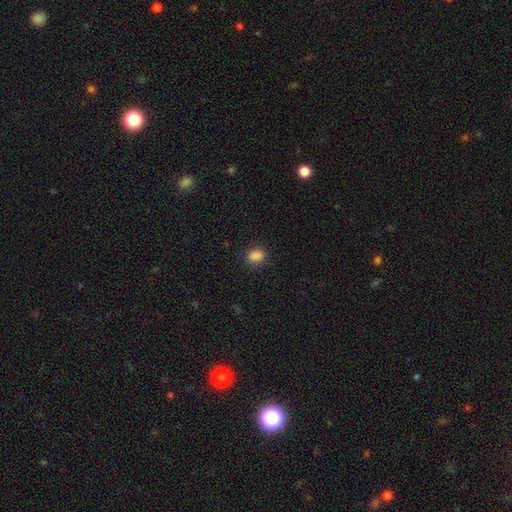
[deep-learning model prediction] A smooth galaxy with no disk features (87%) that is in between round and cigar-shaped (70%).

Vote fractions:
- Smooth or featured? smooth: 87% / star or artifact: 11% / featured or disk: 3%
- How rounded? in between: 70% / round: 28% / cigar-shaped: 2%
- Merging? none: 86% / minor disturbance: 11% / major disturbance: 3% / merger: 1%